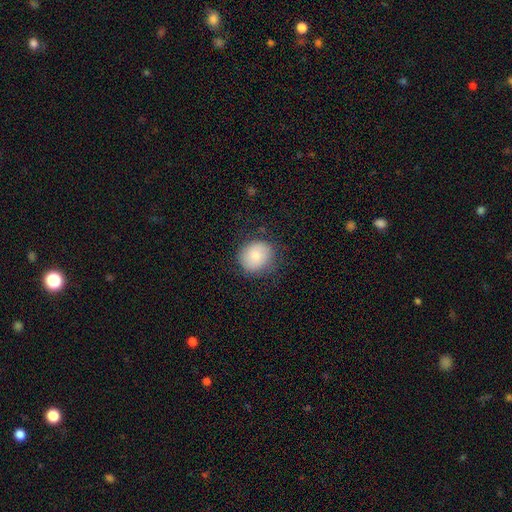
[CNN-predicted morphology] A smooth galaxy with no disk features (81%) that is round (81%).

Vote fractions:
- Smooth or featured? smooth: 81% / featured or disk: 11% / star or artifact: 8%
- How rounded? round: 81% / in between: 18% / cigar-shaped: 1%
- Merging? none: 75% / minor disturbance: 18% / major disturbance: 6% / merger: 1%